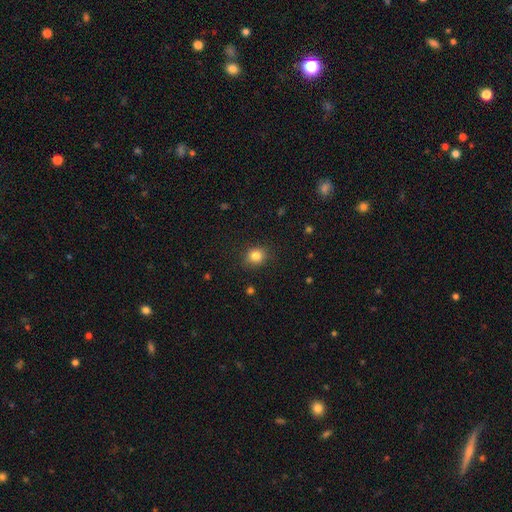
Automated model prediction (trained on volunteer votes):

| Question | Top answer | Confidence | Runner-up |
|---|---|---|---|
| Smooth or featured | smooth | 84% | star or artifact (11%) |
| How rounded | round | 75% | in between (25%) |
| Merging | none | 87% | minor disturbance (10%) |